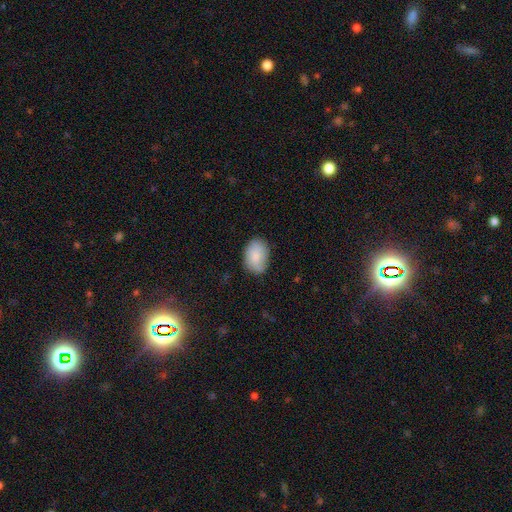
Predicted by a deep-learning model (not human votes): Morphology: type=smooth (84%); roundness=in between (83%); merging=none (78%).